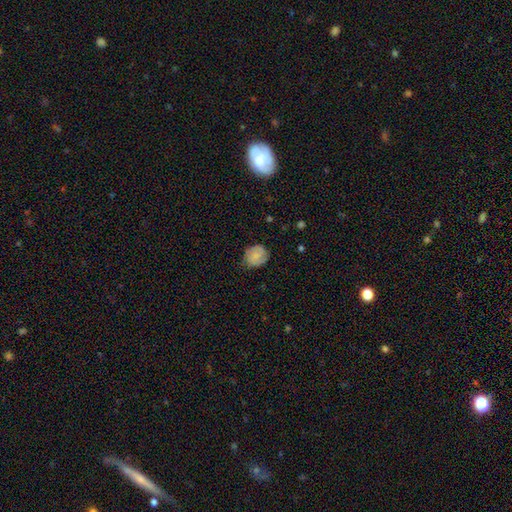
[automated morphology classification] smooth-or-featured: smooth: 66% | featured or disk: 26% | star or artifact: 8%
  how-rounded: round: 68% | in between: 31% | cigar-shaped: 1%
  merging: none: 72% | minor disturbance: 22% | major disturbance: 5% | merger: 1%